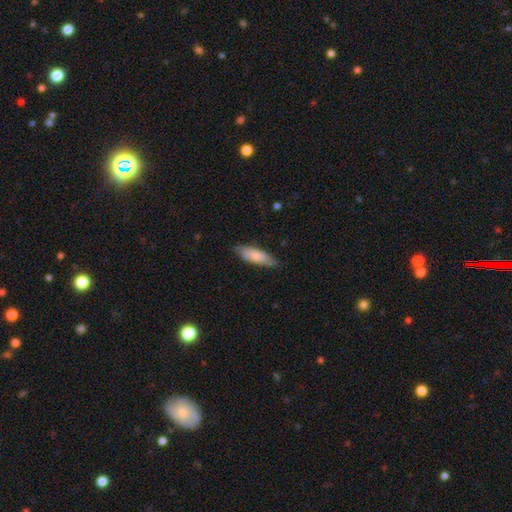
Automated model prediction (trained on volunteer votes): smooth-or-featured: smooth: 77% | featured or disk: 18% | star or artifact: 5%
  how-rounded: in between: 54% | cigar-shaped: 44% | round: 2%
  merging: none: 79% | minor disturbance: 17% | major disturbance: 3% | merger: 1%